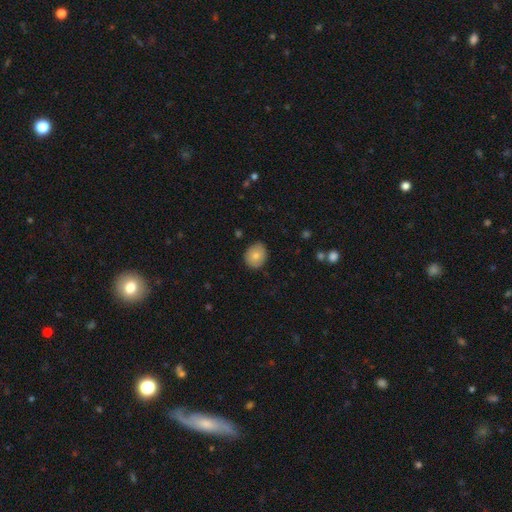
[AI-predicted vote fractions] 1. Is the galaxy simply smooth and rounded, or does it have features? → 77% smooth, 15% featured or disk, 8% star or artifact.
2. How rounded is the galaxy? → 54% round, 45% in between, 1% cigar-shaped.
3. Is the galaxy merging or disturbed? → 83% none, 14% minor disturbance, 2% major disturbance, 1% merger.